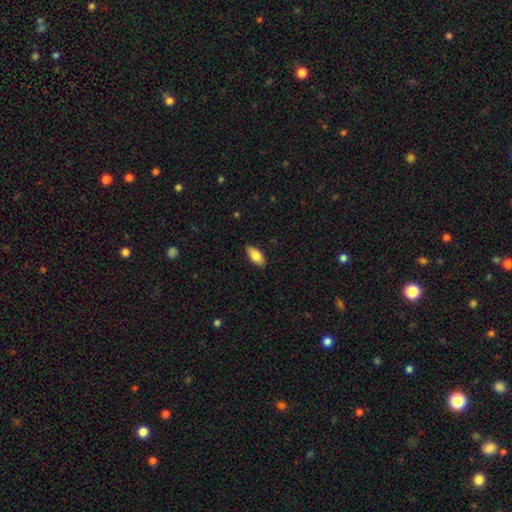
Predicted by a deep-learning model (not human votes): Morphology: type=smooth (81%); roundness=in between (89%); merging=none (87%).